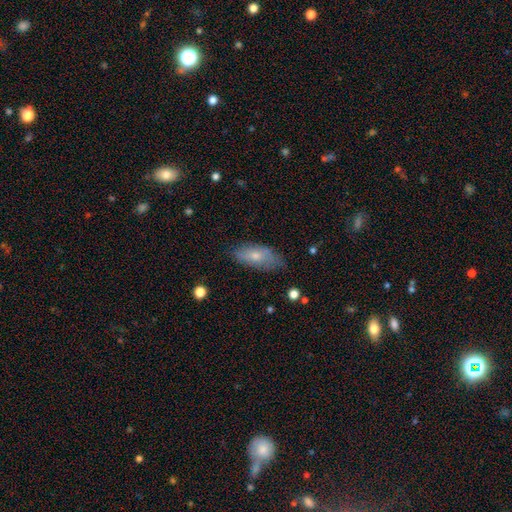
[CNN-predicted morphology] Smooth or featured?
  - smooth: 65% *
  - featured or disk: 28%
  - star or artifact: 7%
How rounded?
  - in between: 83% *
  - cigar-shaped: 14%
  - round: 3%
Merging?
  - none: 67% *
  - minor disturbance: 25%
  - major disturbance: 6%
  - merger: 2%